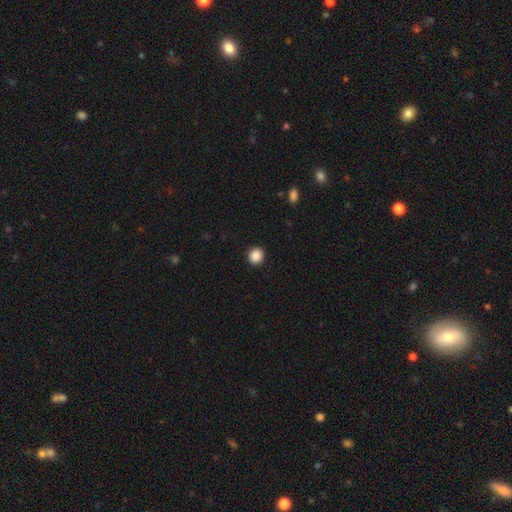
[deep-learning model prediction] Smooth or featured? smooth (88%)
How rounded? round (89%)
Merging? none (93%)